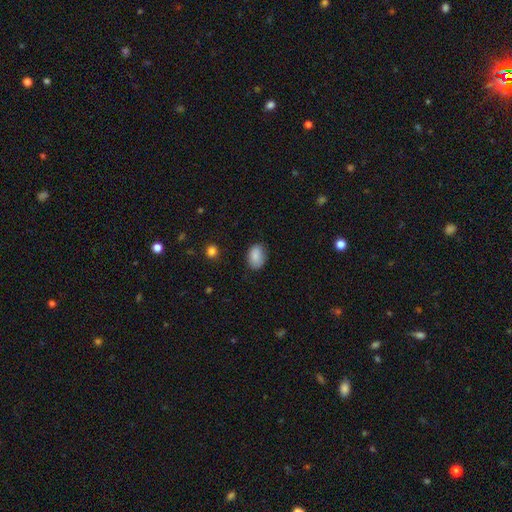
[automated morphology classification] smooth_or_featured: smooth (p=0.87) [alt: star or artifact p=0.08]
how_rounded: in between (p=0.82) [alt: round p=0.16]
merging: none (p=0.77) [alt: minor disturbance p=0.18]